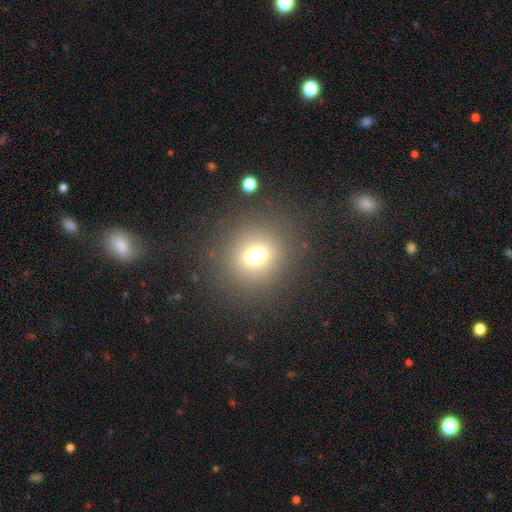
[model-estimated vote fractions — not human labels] Smooth or featured: smooth — 69% (star or artifact — 19%)
How rounded: round — 77% (in between — 22%)
Merging: none — 83% (minor disturbance — 8%)